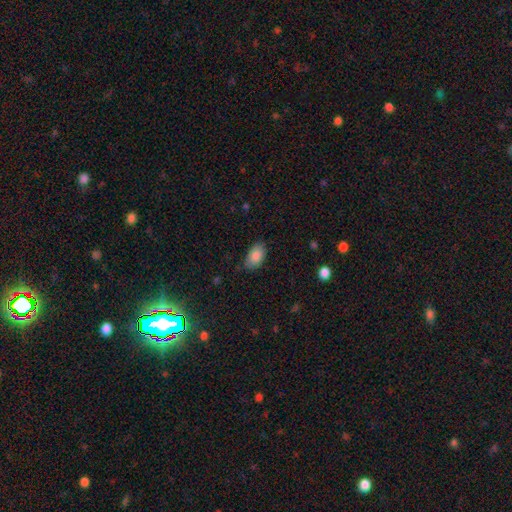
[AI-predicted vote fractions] This is clearly a smooth galaxy (87%). How rounded: clearly in between (93%). Merging: likely none (79%).